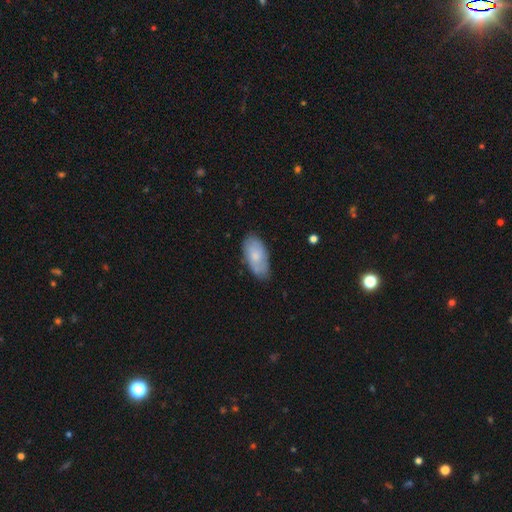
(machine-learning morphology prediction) Smooth or featured?
  - smooth: 69% *
  - featured or disk: 25%
  - star or artifact: 6%
How rounded?
  - in between: 93% *
  - cigar-shaped: 4%
  - round: 3%
Merging?
  - none: 71% *
  - minor disturbance: 24%
  - major disturbance: 4%
  - merger: 2%